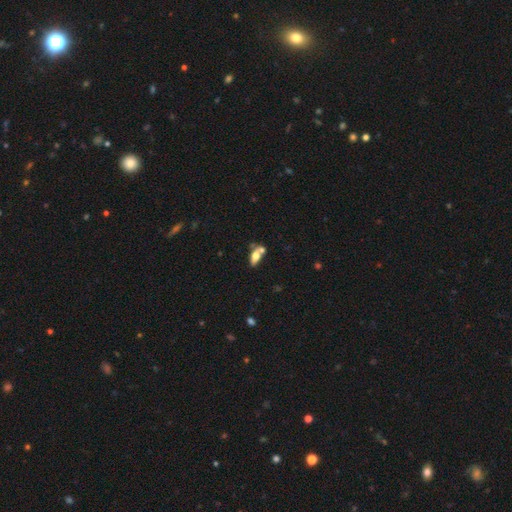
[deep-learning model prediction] Morphology: type=smooth (62%); roundness=in between (82%); merging=none (47%).